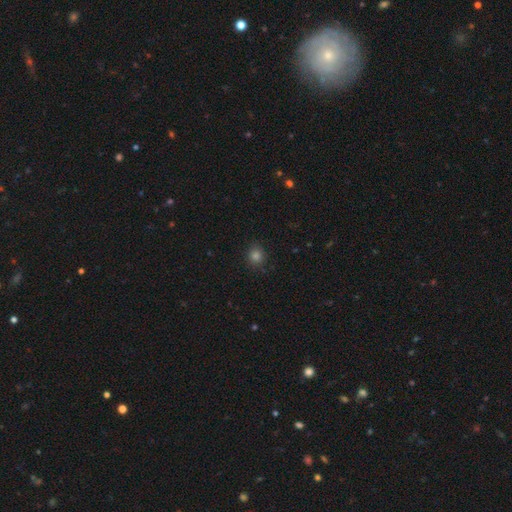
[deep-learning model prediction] smooth_or_featured: smooth (p=0.80) [alt: star or artifact p=0.16]
how_rounded: round (p=0.84) [alt: in between p=0.15]
merging: none (p=0.88) [alt: minor disturbance p=0.08]